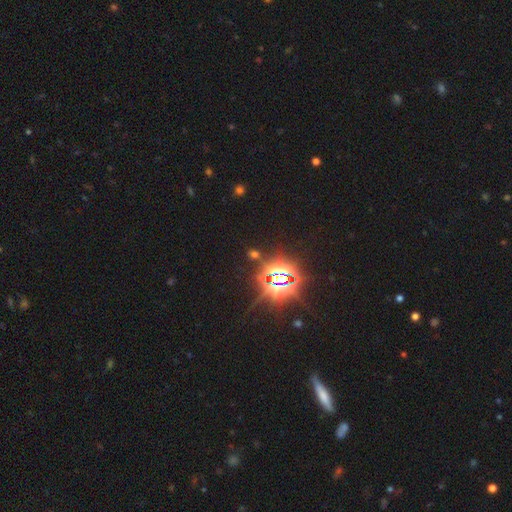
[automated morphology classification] smooth-or-featured: star or artifact: 81% | smooth: 11% | featured or disk: 8%